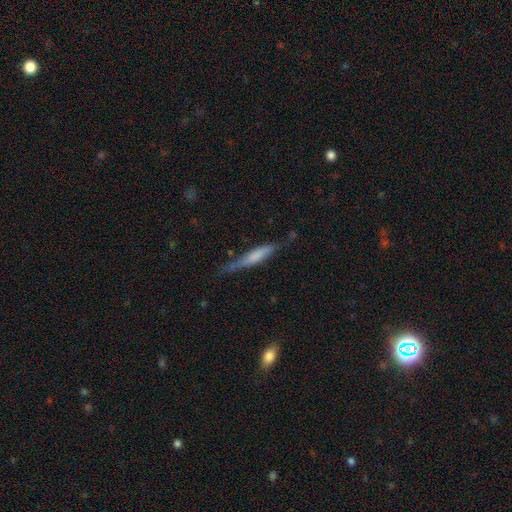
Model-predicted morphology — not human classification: smooth_or_featured: smooth (p=0.54) [alt: featured or disk p=0.39]
how_rounded: cigar-shaped (p=0.87) [alt: in between p=0.11]
merging: none (p=0.63) [alt: minor disturbance p=0.26]